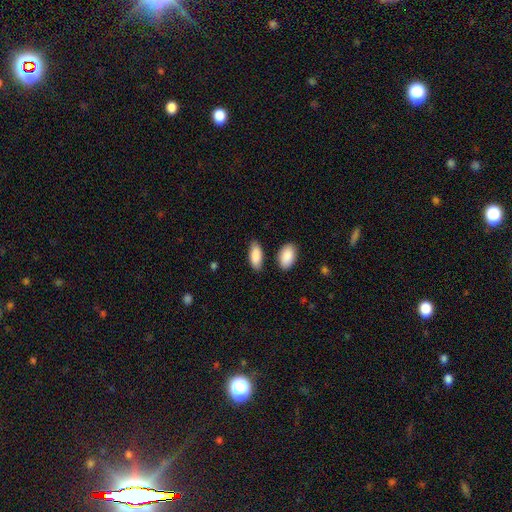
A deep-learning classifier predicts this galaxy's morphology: Smooth or featured? Predicted: smooth (p=0.89). How rounded? Predicted: in between (p=0.87). Merging? Predicted: none (p=0.79).